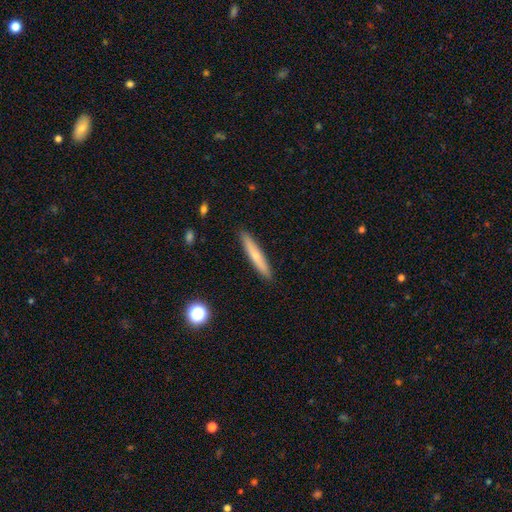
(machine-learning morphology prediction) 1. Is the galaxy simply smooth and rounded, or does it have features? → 60% smooth, 33% featured or disk, 7% star or artifact.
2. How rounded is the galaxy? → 93% cigar-shaped, 6% in between, 1% round.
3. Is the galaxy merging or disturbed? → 90% none, 7% minor disturbance, 1% major disturbance, 1% merger.